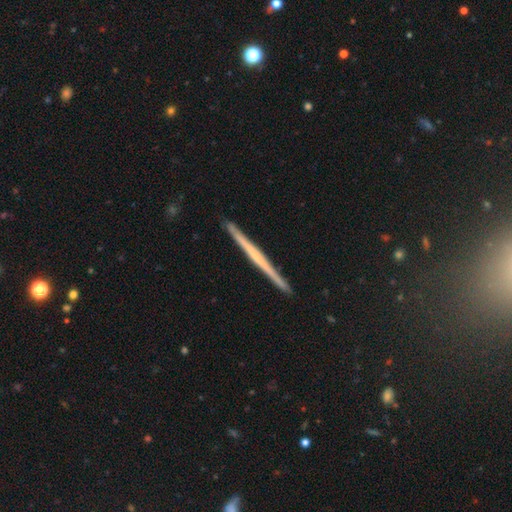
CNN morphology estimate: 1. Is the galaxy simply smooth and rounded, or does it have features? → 65% featured or disk, 29% smooth, 6% star or artifact.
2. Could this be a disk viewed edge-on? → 98% yes, 2% no.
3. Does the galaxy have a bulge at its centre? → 72% none, 21% rounded, 8% boxy.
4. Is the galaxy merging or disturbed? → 92% none, 6% minor disturbance, 1% major disturbance, 1% merger.